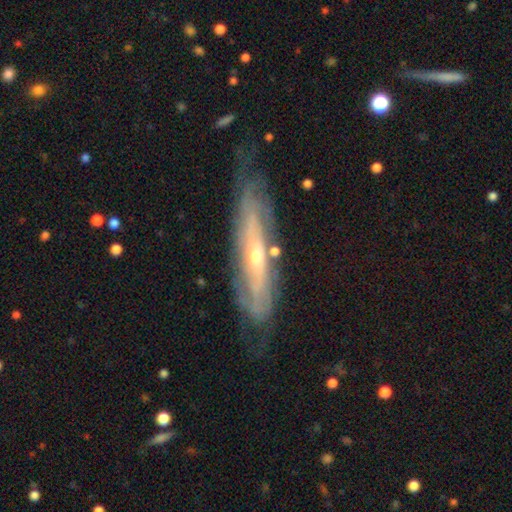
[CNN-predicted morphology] featured or disk 79%, smooth 14%, star or artifact 7%. Down the decision tree: edge-on disk — no (58%); merging — none (69%).